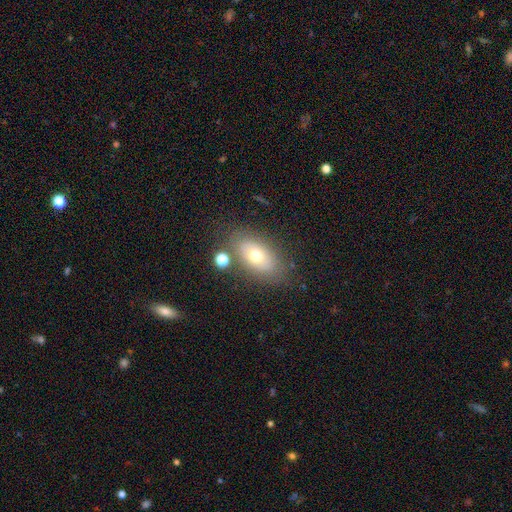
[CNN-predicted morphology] Smooth or featured? smooth (64%)
How rounded? in between (88%)
Merging? none (75%)